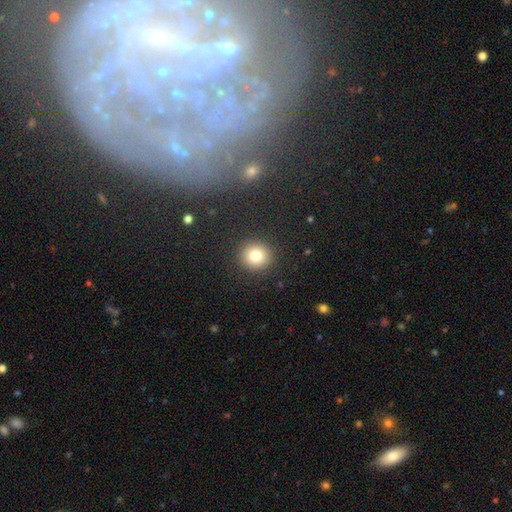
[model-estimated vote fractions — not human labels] Smooth or featured?
  - smooth: 80% *
  - star or artifact: 12%
  - featured or disk: 8%
How rounded?
  - round: 89% *
  - in between: 10%
  - cigar-shaped: 1%
Merging?
  - none: 90% *
  - minor disturbance: 6%
  - major disturbance: 3%
  - merger: 1%